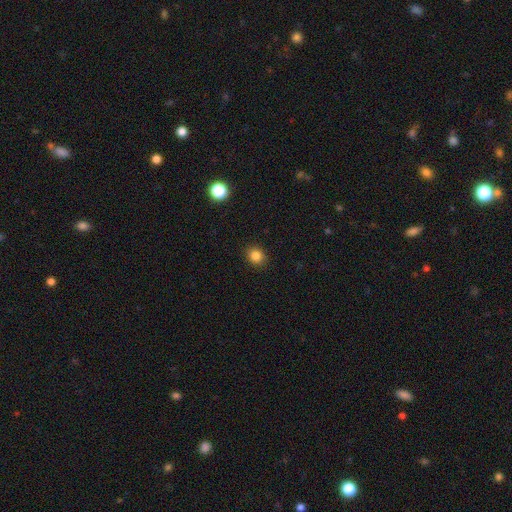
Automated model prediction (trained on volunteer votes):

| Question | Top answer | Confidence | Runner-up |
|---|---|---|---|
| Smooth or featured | smooth | 84% | star or artifact (12%) |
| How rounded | round | 74% | in between (25%) |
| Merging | none | 91% | minor disturbance (6%) |